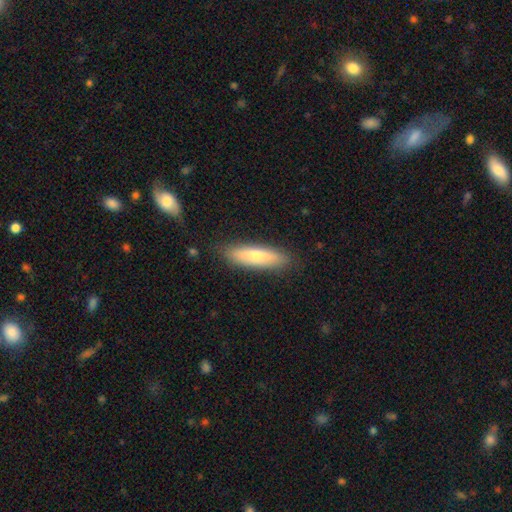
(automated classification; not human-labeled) A smooth galaxy with no disk features (71%) that is cigar-shaped (68%). Merging: none (85%).